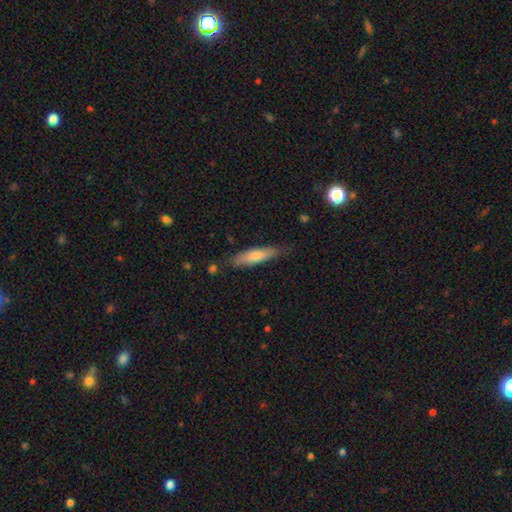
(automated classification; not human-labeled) smooth_or_featured: smooth (p=0.69) [alt: featured or disk p=0.25]
how_rounded: cigar-shaped (p=0.75) [alt: in between p=0.23]
merging: none (p=0.81) [alt: minor disturbance p=0.15]